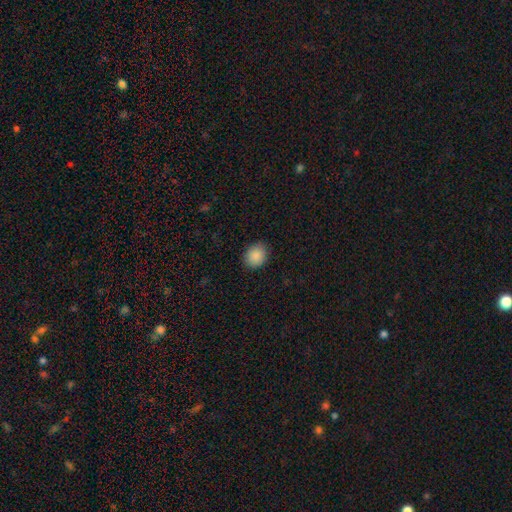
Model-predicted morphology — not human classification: The model was most divided on "how rounded": round: 55%, in between: 44%, cigar-shaped: 1%. More confident: smooth or featured — smooth (89%); merging — none (87%).